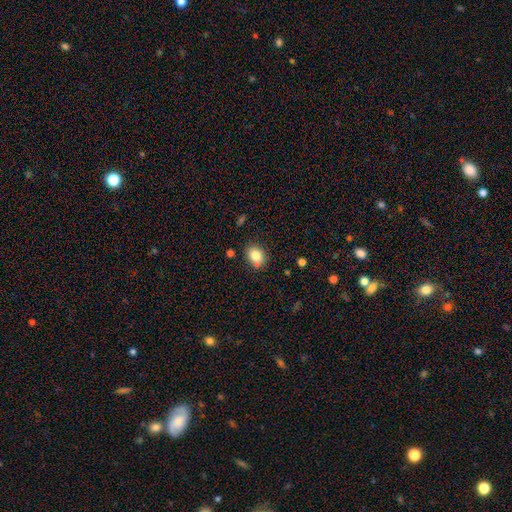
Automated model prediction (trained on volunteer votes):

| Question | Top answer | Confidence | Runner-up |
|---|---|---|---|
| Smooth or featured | smooth | 82% | star or artifact (10%) |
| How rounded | in between | 52% | round (47%) |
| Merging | none | 75% | minor disturbance (15%) |